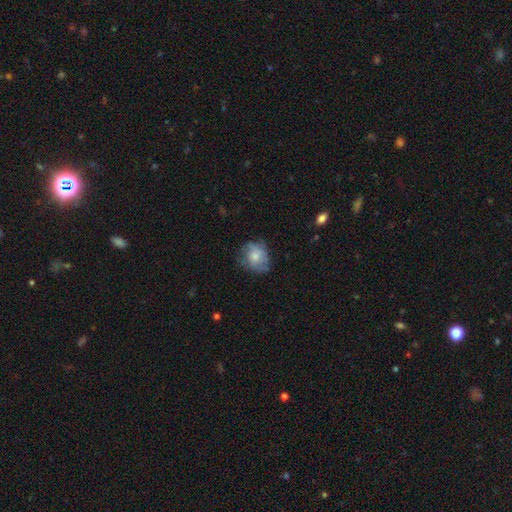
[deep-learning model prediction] Q: Smooth or featured?
A: smooth (63%); runner-up: featured or disk (29%)
Q: How rounded?
A: round (63%); runner-up: in between (36%)
Q: Merging?
A: none (60%); runner-up: minor disturbance (27%)